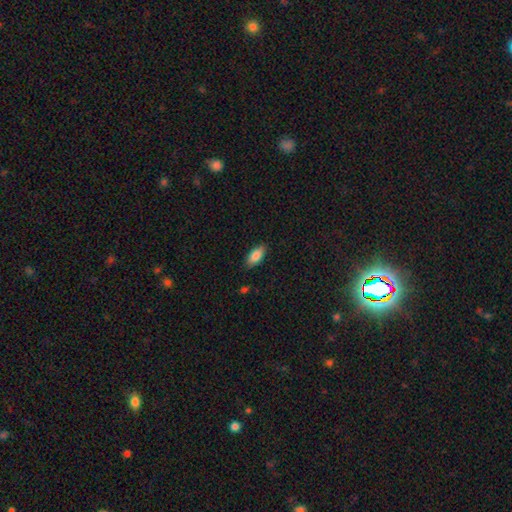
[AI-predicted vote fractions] A smooth galaxy with no disk features (83%) that is in between round and cigar-shaped (85%).

Vote fractions:
- Smooth or featured? smooth: 83% / featured or disk: 10% / star or artifact: 7%
- How rounded? in between: 85% / cigar-shaped: 12% / round: 2%
- Merging? none: 85% / minor disturbance: 11% / major disturbance: 2% / merger: 1%